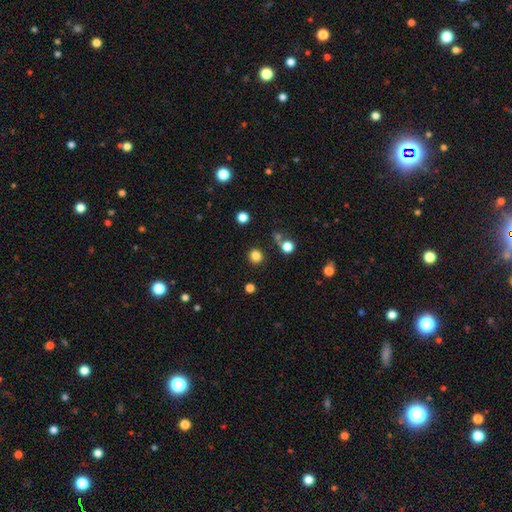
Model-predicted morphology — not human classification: Smooth or featured: smooth — 82% (star or artifact — 14%)
How rounded: round — 91% (in between — 8%)
Merging: none — 87% (minor disturbance — 6%)